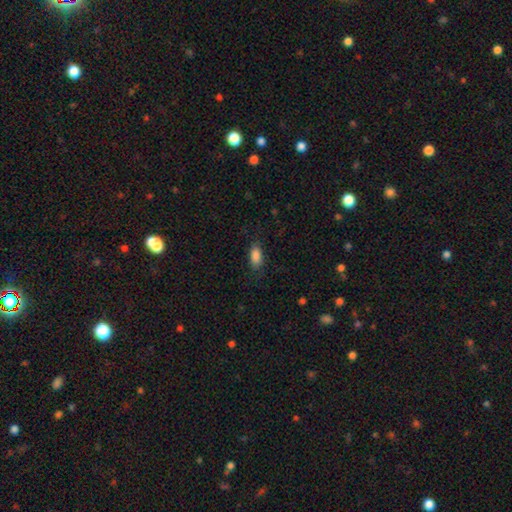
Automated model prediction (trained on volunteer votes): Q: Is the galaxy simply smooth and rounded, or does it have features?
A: smooth — 88%.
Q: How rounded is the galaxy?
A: in between — 89%.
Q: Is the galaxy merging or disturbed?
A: none — 80%.